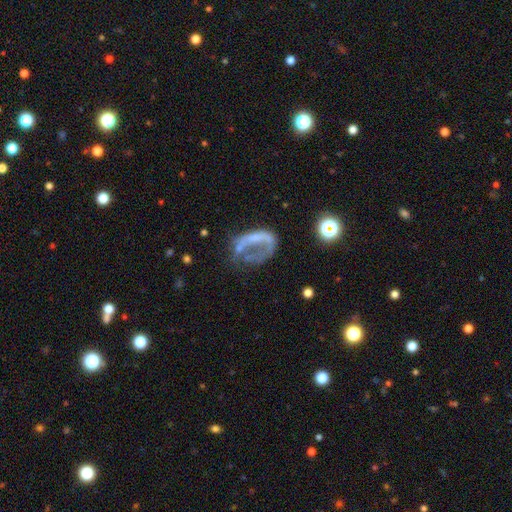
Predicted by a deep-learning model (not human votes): This appears to be a featured or disk galaxy (51%). Merging: major disturbance (40%).